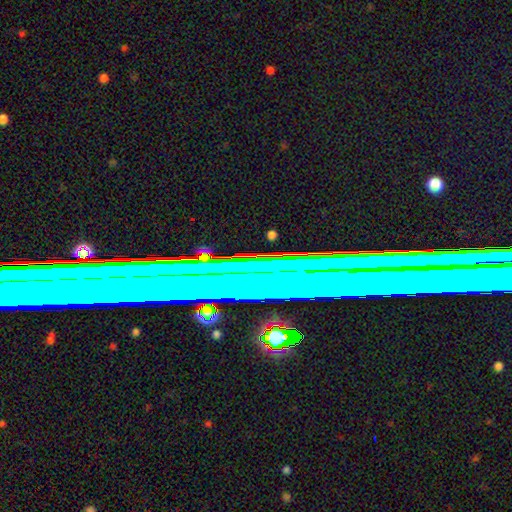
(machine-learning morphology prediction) type=star or artifact (61%).